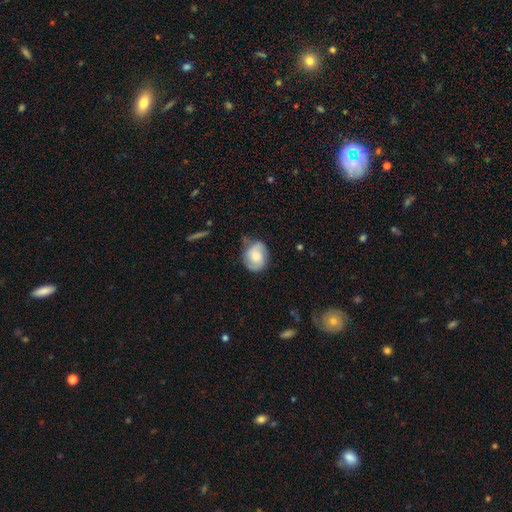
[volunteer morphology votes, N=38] Q: Smooth or featured?
A: featured or disk (63%); runner-up: smooth (34%)
Q: Edge-on disk?
A: no (100%)
Q: Bar?
A: no (58%); runner-up: weak (29%)
Q: Spiral arms?
A: yes (92%); runner-up: no (8%)
Q: Spiral winding?
A: medium (55%); runner-up: loose (32%)
Q: Spiral arm count?
A: 2 (91%); runner-up: 1 (5%)
Q: Bulge size?
A: moderate (38%); runner-up: small (29%)
Q: Merging?
A: none (65%); runner-up: minor disturbance (24%)